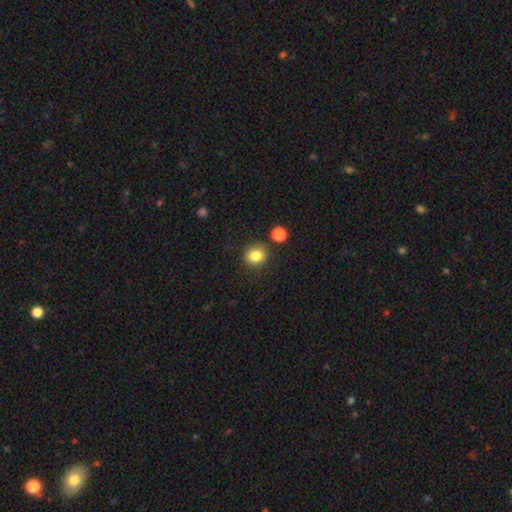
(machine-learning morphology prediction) smooth 83%, star or artifact 11%, featured or disk 6%. Down the decision tree: how rounded — round (80%); merging — none (84%).